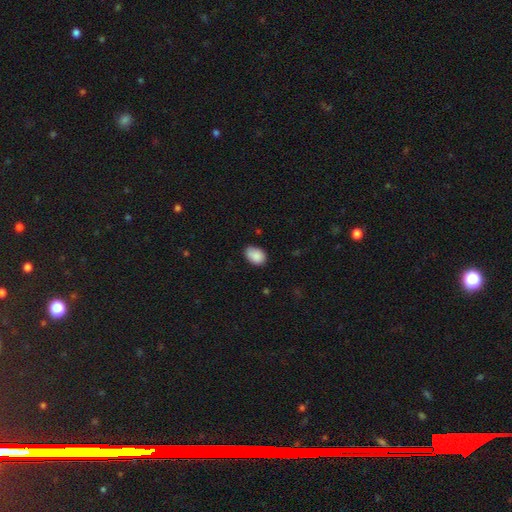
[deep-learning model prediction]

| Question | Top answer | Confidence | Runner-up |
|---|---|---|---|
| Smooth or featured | smooth | 88% | star or artifact (7%) |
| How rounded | in between | 81% | round (18%) |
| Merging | none | 72% | minor disturbance (23%) |